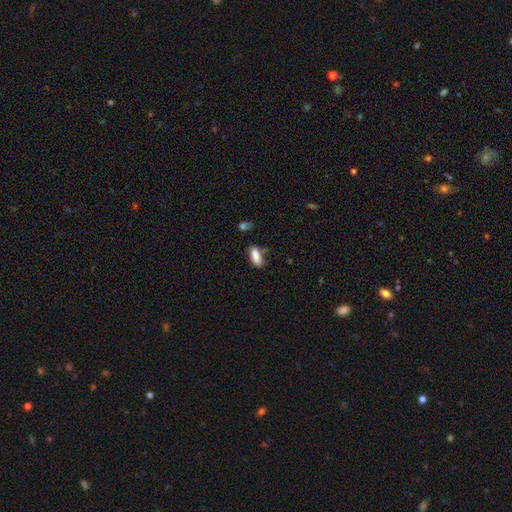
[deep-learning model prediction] Morphology: type=smooth (86%); roundness=in between (76%); merging=none (64%).